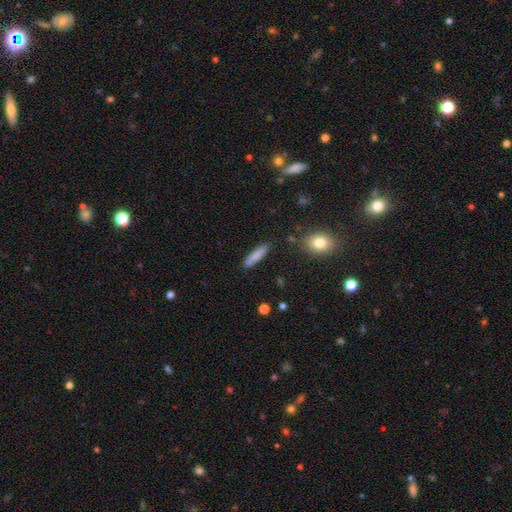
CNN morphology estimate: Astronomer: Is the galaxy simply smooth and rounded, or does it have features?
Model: smooth — 79%.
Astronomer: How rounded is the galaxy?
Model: cigar-shaped — 80%.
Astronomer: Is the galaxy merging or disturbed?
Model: none — 86%.